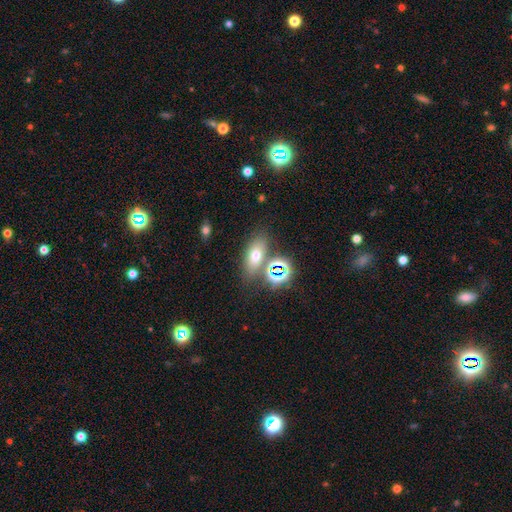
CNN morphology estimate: Smooth or featured? smooth (61%)
How rounded? in between (73%)
Merging? none (68%)